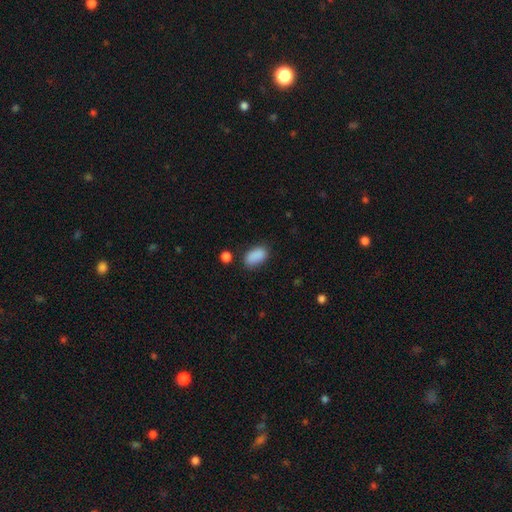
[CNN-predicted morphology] This is clearly a smooth galaxy (89%). How rounded: clearly in between (92%). Merging: likely none (77%).